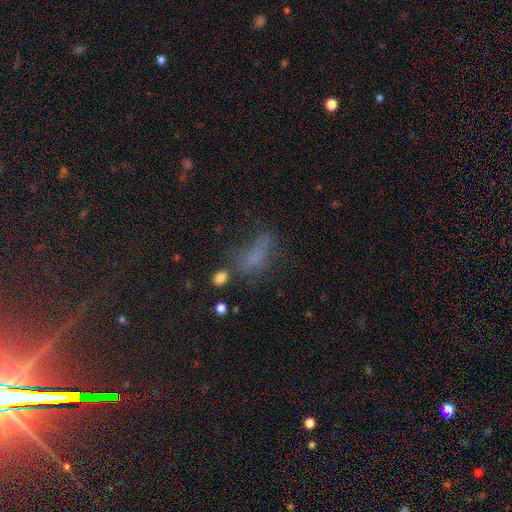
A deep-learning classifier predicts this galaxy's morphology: A smooth galaxy with no disk features (56%) that is in between round and cigar-shaped (69%). Merging: major disturbance (34%, tied with none).